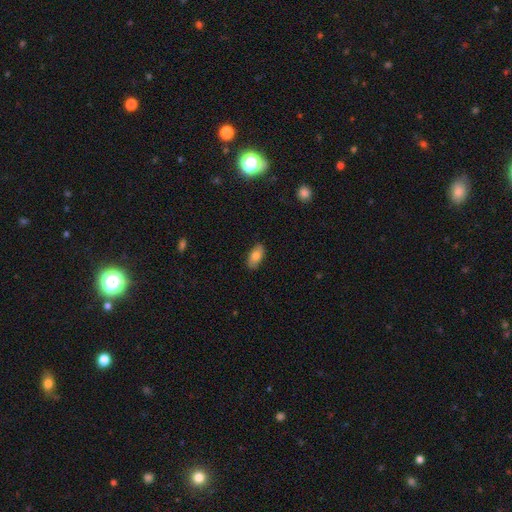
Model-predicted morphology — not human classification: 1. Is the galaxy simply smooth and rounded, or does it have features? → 78% smooth, 15% featured or disk, 7% star or artifact.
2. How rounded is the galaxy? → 89% in between, 8% cigar-shaped, 3% round.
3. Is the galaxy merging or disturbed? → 87% none, 10% minor disturbance, 2% major disturbance, 1% merger.